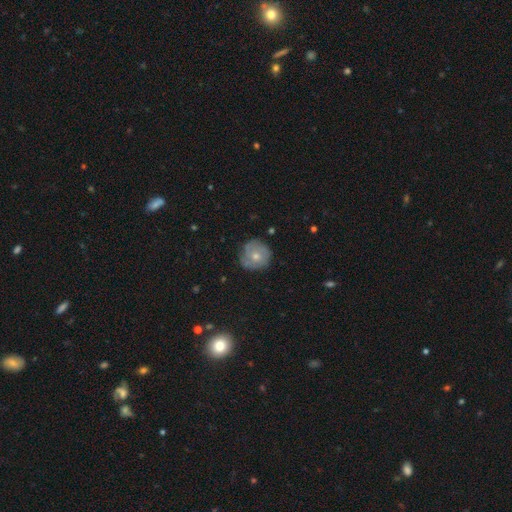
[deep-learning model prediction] Smooth or featured: featured or disk — 48% (smooth — 44%)
Merging: none — 75% (minor disturbance — 18%)